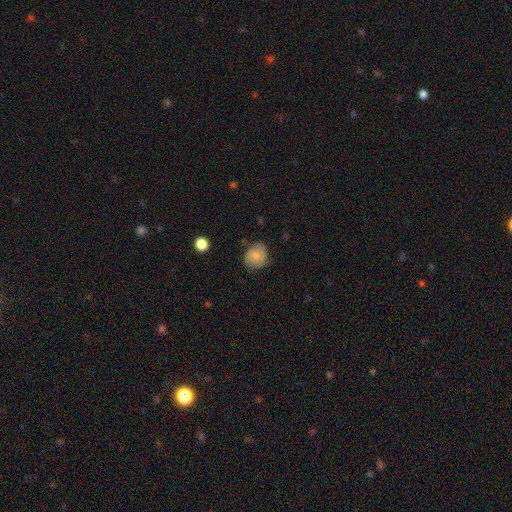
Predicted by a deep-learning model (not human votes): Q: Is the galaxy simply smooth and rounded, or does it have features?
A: smooth — 71%.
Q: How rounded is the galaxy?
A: round — 74%.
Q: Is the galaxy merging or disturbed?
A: none — 72%.